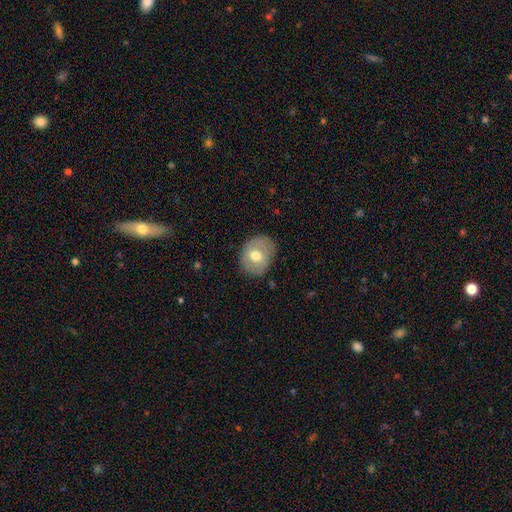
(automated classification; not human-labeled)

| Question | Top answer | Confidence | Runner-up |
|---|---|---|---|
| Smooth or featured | smooth | 65% | featured or disk (28%) |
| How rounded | round | 52% | in between (47%) |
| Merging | none | 75% | minor disturbance (18%) |